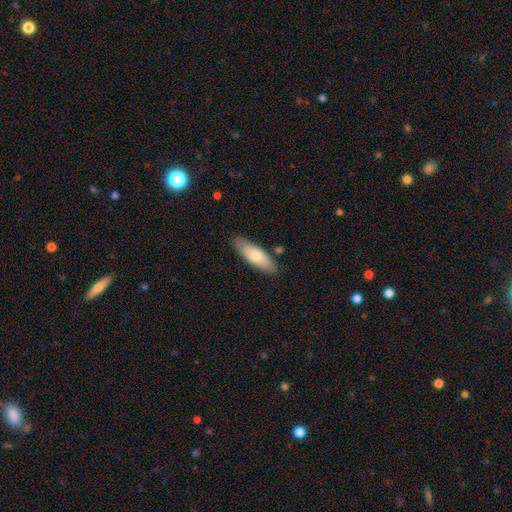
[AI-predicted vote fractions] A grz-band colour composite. It shows a smooth galaxy with no disk features (70%) that is in between round and cigar-shaped (57%). Merging: none (83%).